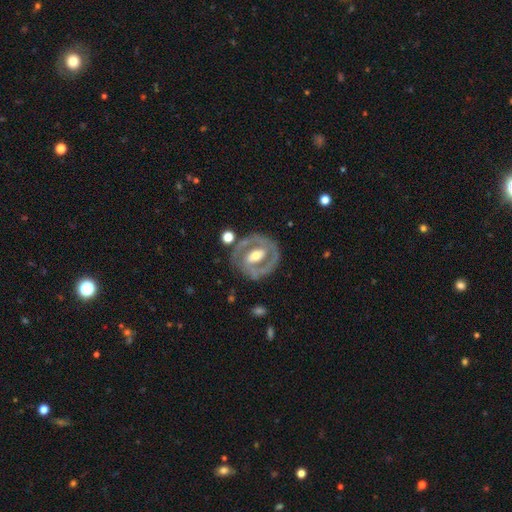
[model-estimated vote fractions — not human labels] Overall: featured or disk (78%). Edge-on disk: no (95%). Bar: strong (39%; weak 34%). Spiral arms: yes (56%; no 44%). Bulge size: moderate (67%). Merging: none (74%).